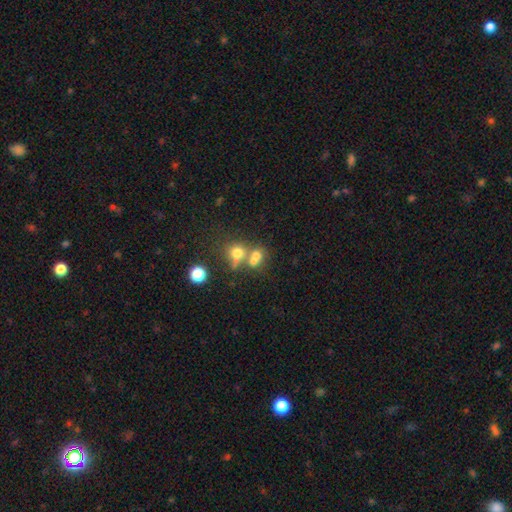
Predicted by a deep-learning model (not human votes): The model was most divided on "merging": merger: 54%, none: 33%, minor disturbance: 7%, major disturbance: 5%. More confident: how rounded — round (68%); smooth or featured — smooth (64%).